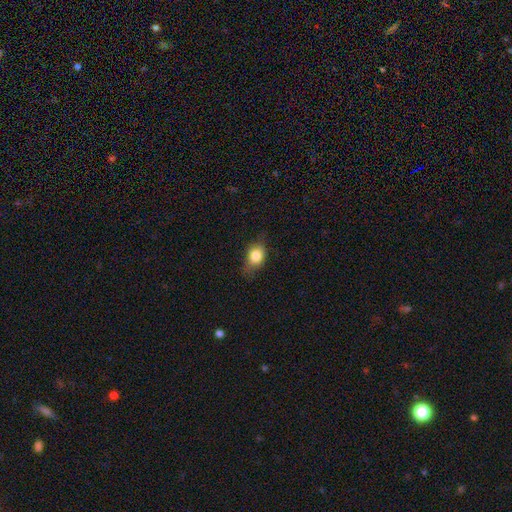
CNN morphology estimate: type=smooth (80%); roundness=in between (65%); merging=none (69%).